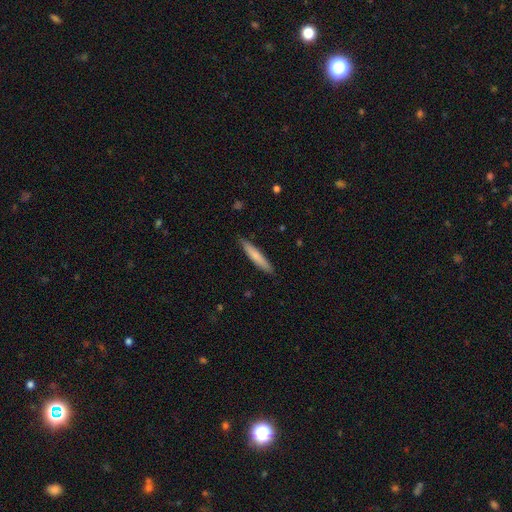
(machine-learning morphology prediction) A smooth galaxy with no disk features (73%) that is cigar-shaped (93%).

Vote fractions:
- Smooth or featured? smooth: 73% / featured or disk: 21% / star or artifact: 5%
- How rounded? cigar-shaped: 93% / in between: 6% / round: 1%
- Merging? none: 88% / minor disturbance: 9% / major disturbance: 2% / merger: 1%